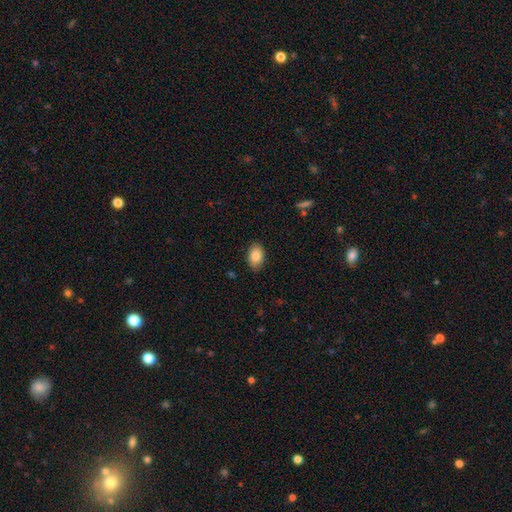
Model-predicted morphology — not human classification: This is clearly a smooth galaxy (87%). How rounded: clearly in between (89%). Merging: clearly none (87%).